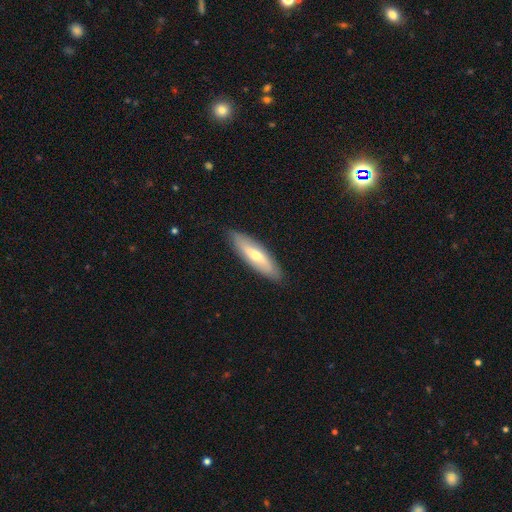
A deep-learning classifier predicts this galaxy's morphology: Smooth or featured?
  - smooth: 50% *
  - featured or disk: 43%
  - star or artifact: 7%
How rounded?
  - cigar-shaped: 59% *
  - in between: 39%
  - round: 2%
Merging?
  - none: 87% *
  - minor disturbance: 10%
  - major disturbance: 2%
  - merger: 1%